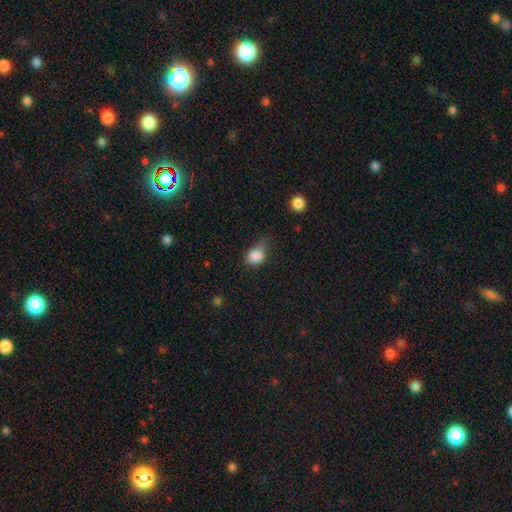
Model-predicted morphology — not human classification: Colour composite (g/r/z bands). It shows a smooth galaxy with no disk features (82%) that is in between round and cigar-shaped (60%). Merging: minor disturbance (43%).